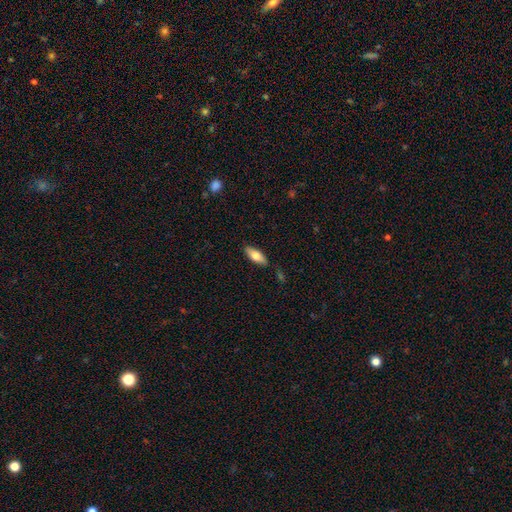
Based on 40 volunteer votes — Smooth or featured? 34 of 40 (85%) said smooth. How rounded? 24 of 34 (71%) said in between. Merging? 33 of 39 (85%) said none.